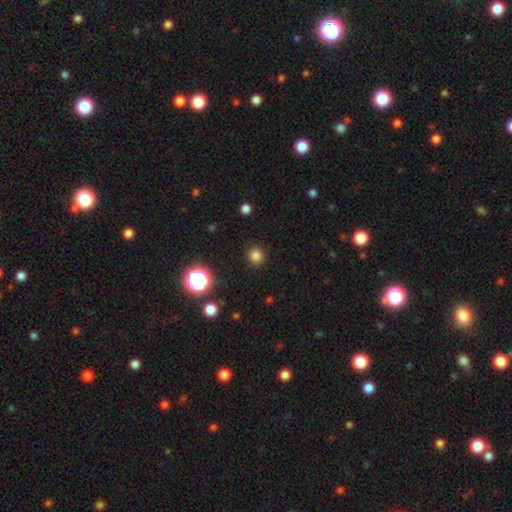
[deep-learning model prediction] Smooth or featured? smooth (80%)
How rounded? round (94%)
Merging? none (91%)